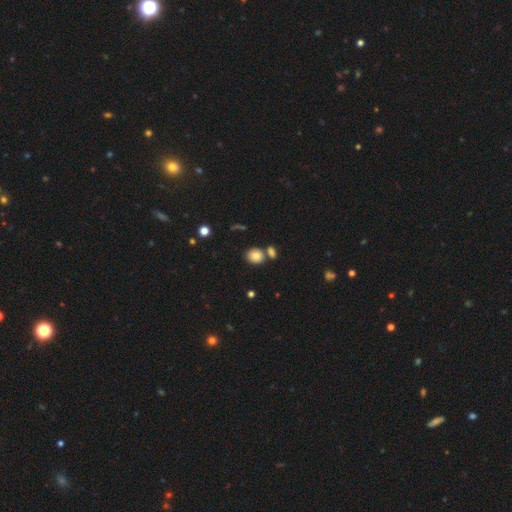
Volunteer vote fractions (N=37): smooth 84%, featured or disk 11%, star or artifact 5%. Down the decision tree: how rounded — round (74%); merging — none (51%).